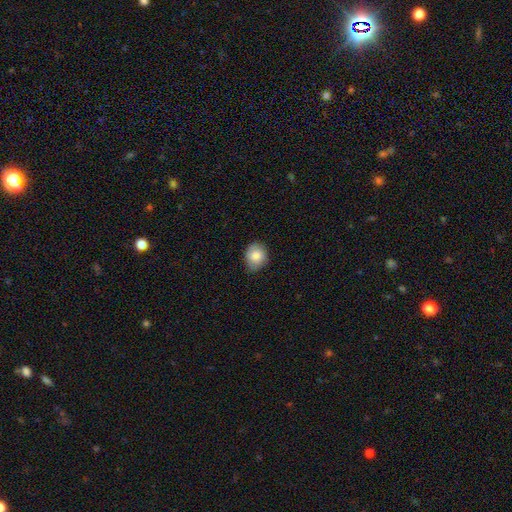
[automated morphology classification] This appears to be a smooth galaxy with no disk features (83%) that is round (57%). Merging: none (75%).